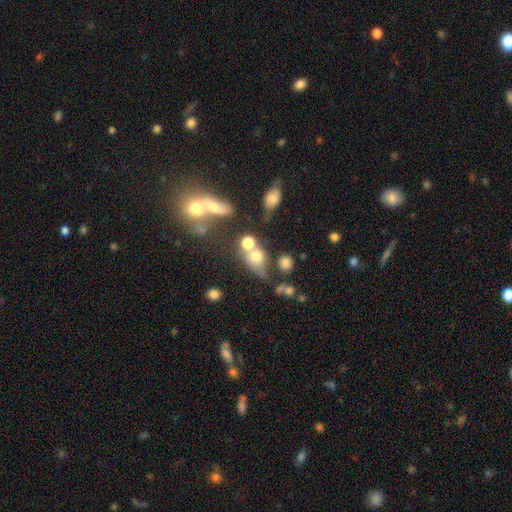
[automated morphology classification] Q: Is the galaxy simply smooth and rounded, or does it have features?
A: smooth — 65%.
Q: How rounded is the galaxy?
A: round — 50%.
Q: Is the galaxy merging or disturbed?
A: merger — 41%.